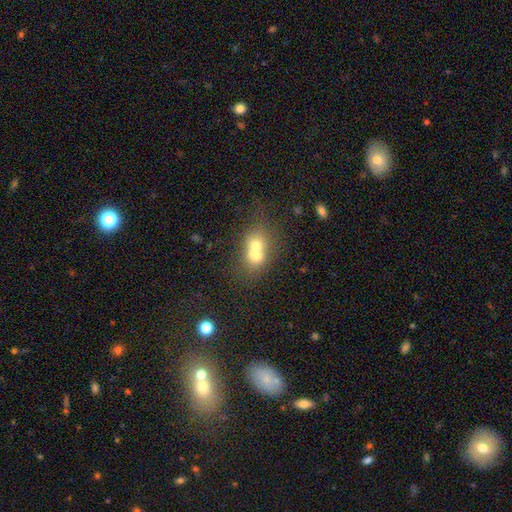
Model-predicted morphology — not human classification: Overall: smooth (60%; featured or disk 28%). How rounded: round (60%; in between 39%). Merging: merger (71%).